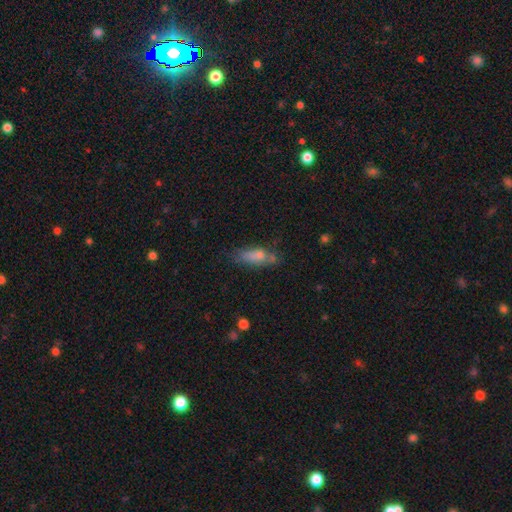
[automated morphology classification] This appears to be a smooth galaxy with no disk features (71%) that is in between round and cigar-shaped (62%). Merging: none (46%).